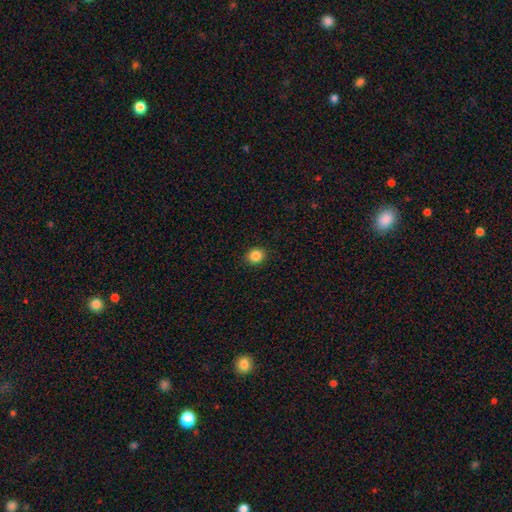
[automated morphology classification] This appears to be a smooth galaxy with no disk features (86%) that is round (77%). Merging: none (91%).